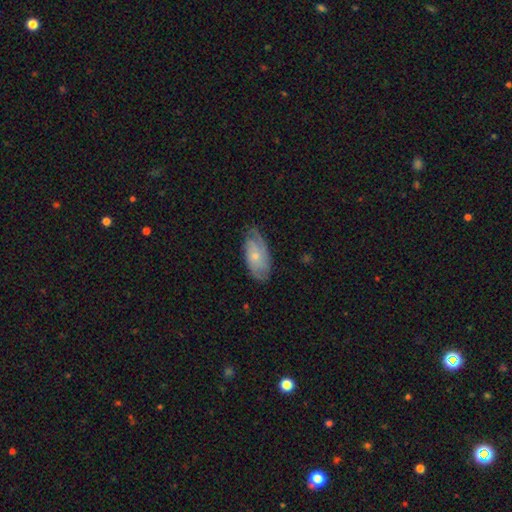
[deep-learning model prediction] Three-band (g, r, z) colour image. It shows a featured or disk galaxy (60%) with no bar (78%), spiral arms (87%) and a small central bulge (67%). Merging: none (69%).